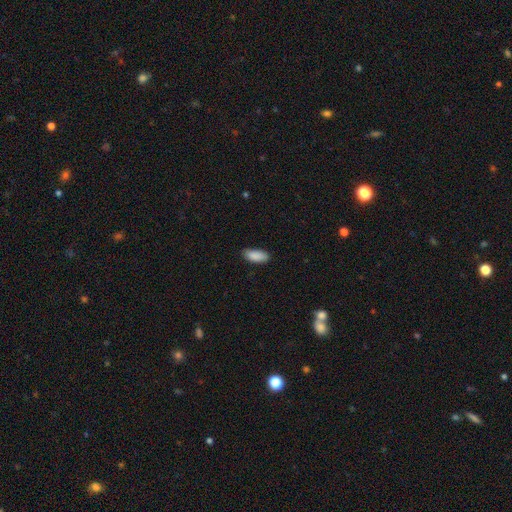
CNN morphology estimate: smooth-or-featured: smooth: 90% | star or artifact: 6% | featured or disk: 4%
  how-rounded: in between: 85% | cigar-shaped: 13% | round: 2%
  merging: none: 81% | minor disturbance: 15% | major disturbance: 2% | merger: 1%